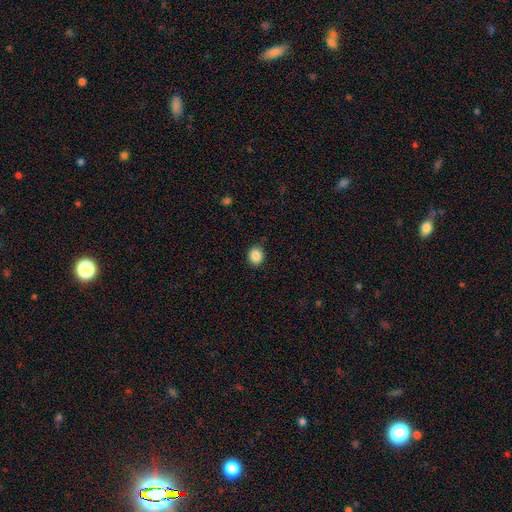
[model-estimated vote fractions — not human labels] Q: Smooth or featured?
A: smooth (87%); runner-up: star or artifact (9%)
Q: How rounded?
A: round (68%); runner-up: in between (31%)
Q: Merging?
A: none (86%); runner-up: minor disturbance (11%)